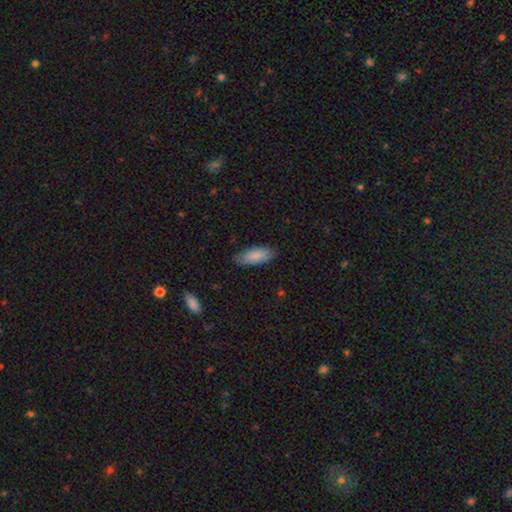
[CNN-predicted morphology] A smooth galaxy with no disk features (85%) that is in between round and cigar-shaped (77%). Merging: none (82%).